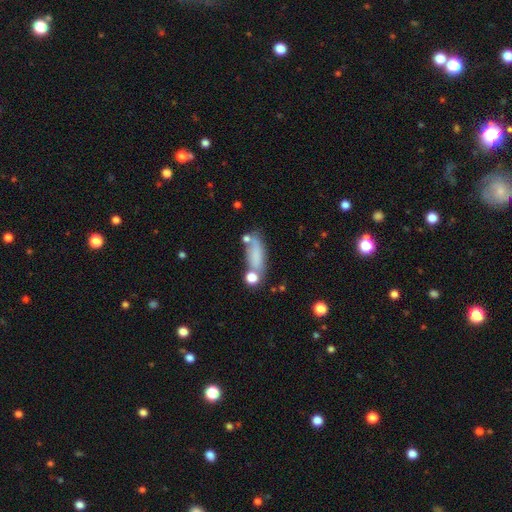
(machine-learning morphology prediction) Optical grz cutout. It shows a smooth galaxy with no disk features (69%) that is in between round and cigar-shaped (59%). Merging: none (48%).